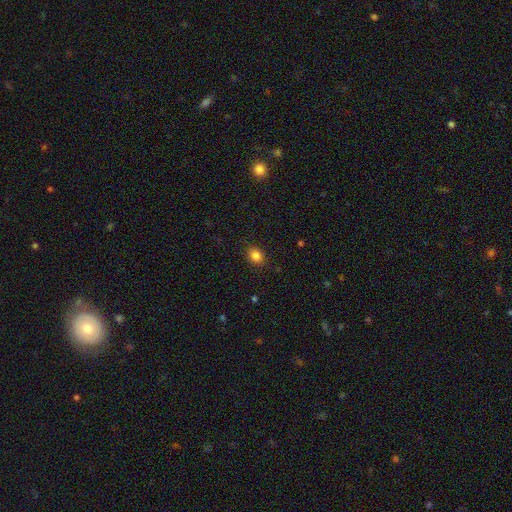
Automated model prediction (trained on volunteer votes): Smooth or featured?
  - smooth: 84% *
  - star or artifact: 11%
  - featured or disk: 5%
How rounded?
  - round: 59% *
  - in between: 40%
  - cigar-shaped: 1%
Merging?
  - none: 87% *
  - minor disturbance: 10%
  - major disturbance: 3%
  - merger: 1%